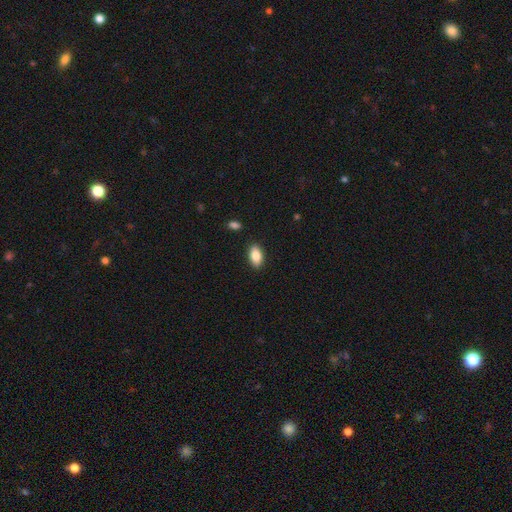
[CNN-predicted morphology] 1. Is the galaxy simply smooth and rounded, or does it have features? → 85% smooth, 8% featured or disk, 7% star or artifact.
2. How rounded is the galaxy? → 91% in between, 4% cigar-shaped, 4% round.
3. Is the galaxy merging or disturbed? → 88% none, 8% minor disturbance, 2% major disturbance, 1% merger.